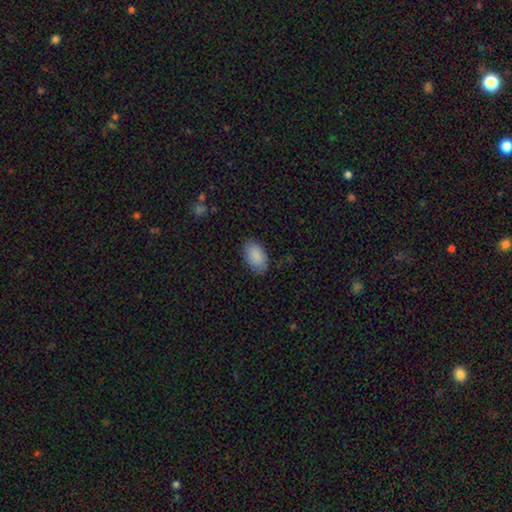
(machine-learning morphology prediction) A smooth galaxy with no disk features (89%) that is in between round and cigar-shaped (93%).

Vote fractions:
- Smooth or featured? smooth: 89% / star or artifact: 6% / featured or disk: 5%
- How rounded? in between: 93% / round: 5% / cigar-shaped: 1%
- Merging? none: 84% / minor disturbance: 12% / major disturbance: 3% / merger: 1%